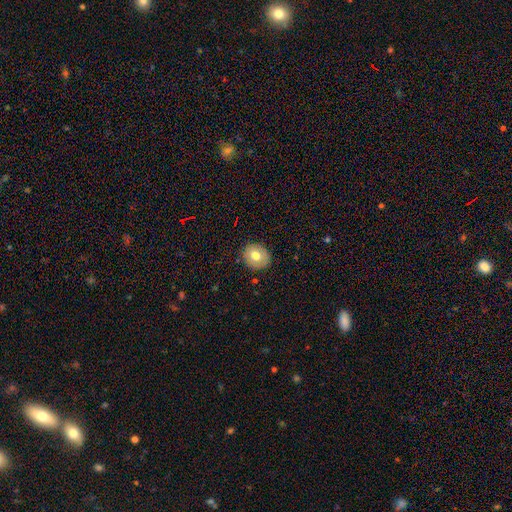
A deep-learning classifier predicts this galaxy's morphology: This appears to be a smooth galaxy with no disk features (72%) that is round (75%). Merging: none (86%).